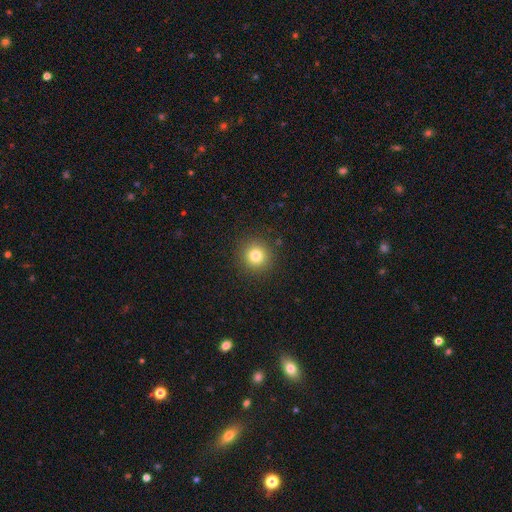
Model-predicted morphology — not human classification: type=smooth (80%); roundness=round (94%); merging=none (91%).